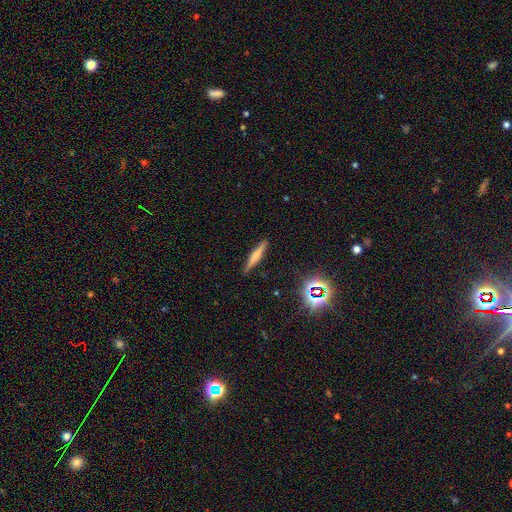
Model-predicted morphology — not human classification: smooth 51%, featured or disk 38%, star or artifact 11%. Down the decision tree: how rounded — cigar-shaped (92%); merging — none (89%).